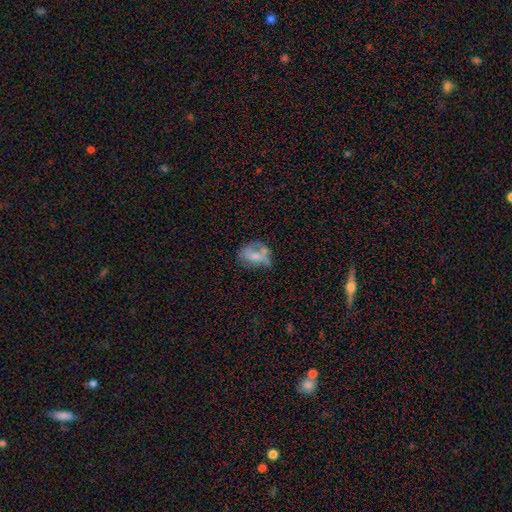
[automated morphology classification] The model was most divided on "smooth or featured": smooth: 49%, featured or disk: 40%, star or artifact: 11%. Remaining: merging — none (35%).